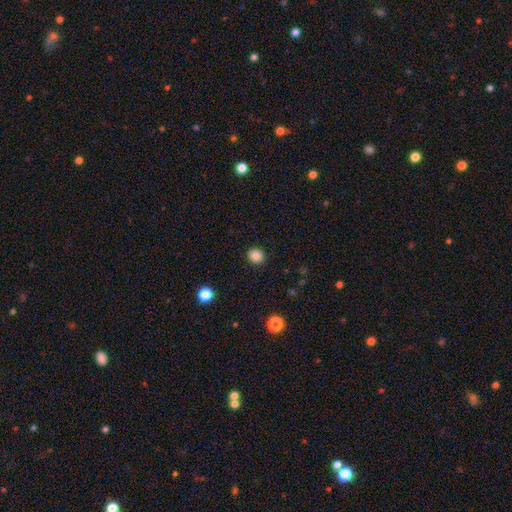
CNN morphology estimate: This is clearly a smooth galaxy (85%). How rounded: clearly round (89%). Merging: clearly none (92%).